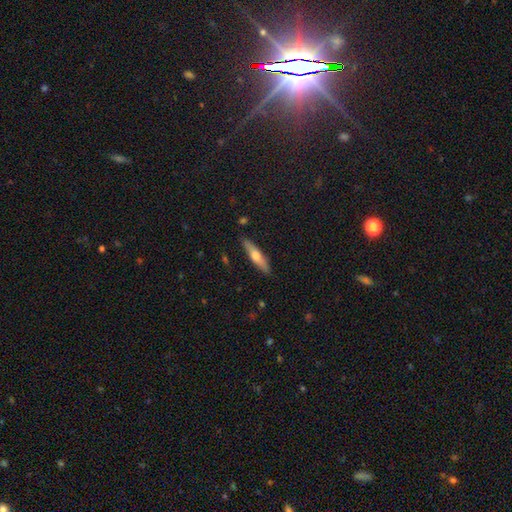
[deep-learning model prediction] smooth-or-featured: smooth: 48% | featured or disk: 46% | star or artifact: 6%
  merging: none: 88% | minor disturbance: 9% | major disturbance: 2% | merger: 1%